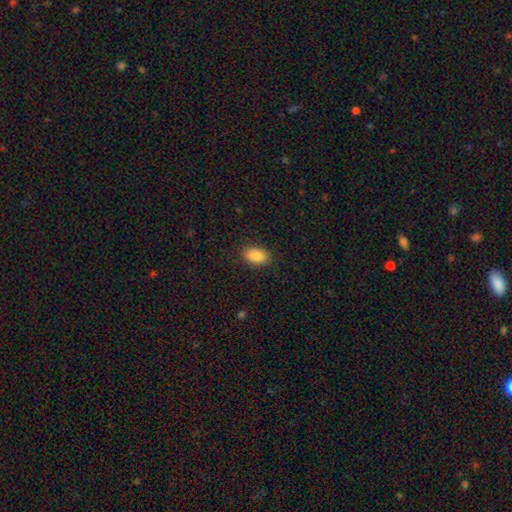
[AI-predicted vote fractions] Q: Smooth or featured?
A: smooth (87%); runner-up: star or artifact (8%)
Q: How rounded?
A: in between (91%); runner-up: round (7%)
Q: Merging?
A: none (89%); runner-up: minor disturbance (8%)